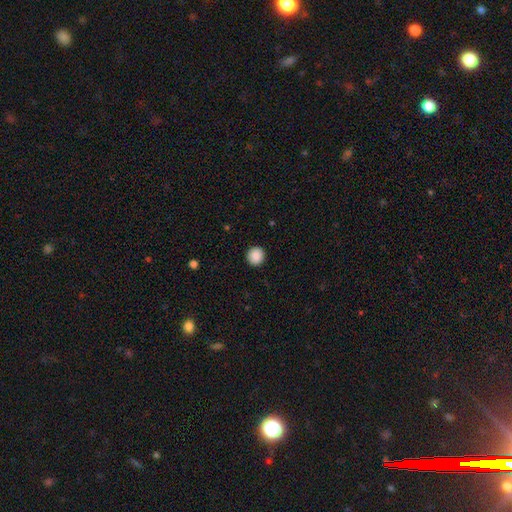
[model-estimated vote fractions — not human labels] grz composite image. It shows a smooth galaxy with no disk features (89%) that is round (93%). Merging: none (92%).